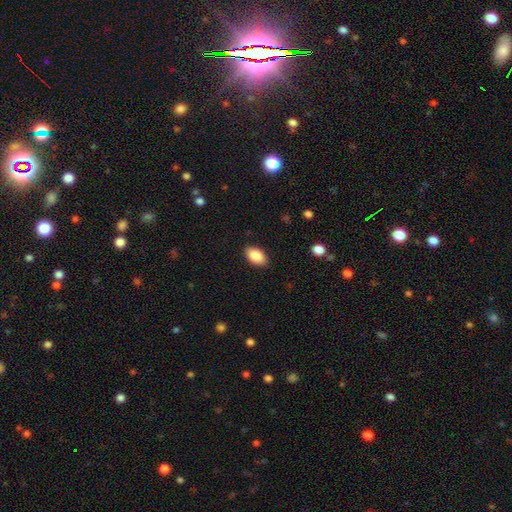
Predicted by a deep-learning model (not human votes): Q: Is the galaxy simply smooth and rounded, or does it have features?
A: smooth — 87%.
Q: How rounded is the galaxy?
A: in between — 92%.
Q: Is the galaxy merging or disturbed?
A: none — 87%.